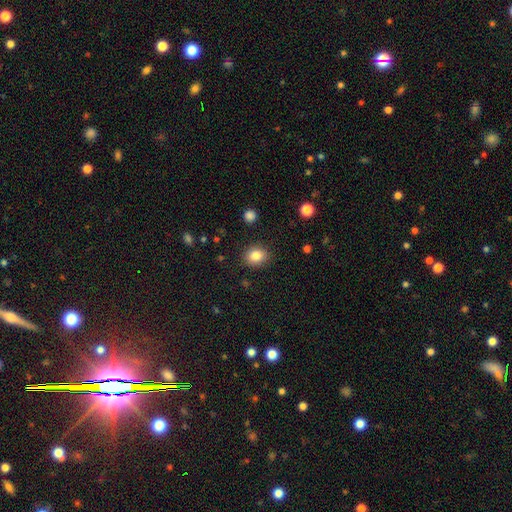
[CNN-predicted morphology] A smooth galaxy with no disk features (84%) that is round (57%).

Vote fractions:
- Smooth or featured? smooth: 84% / star or artifact: 10% / featured or disk: 6%
- How rounded? round: 57% / in between: 42% / cigar-shaped: 1%
- Merging? none: 88% / minor disturbance: 8% / major disturbance: 2% / merger: 1%